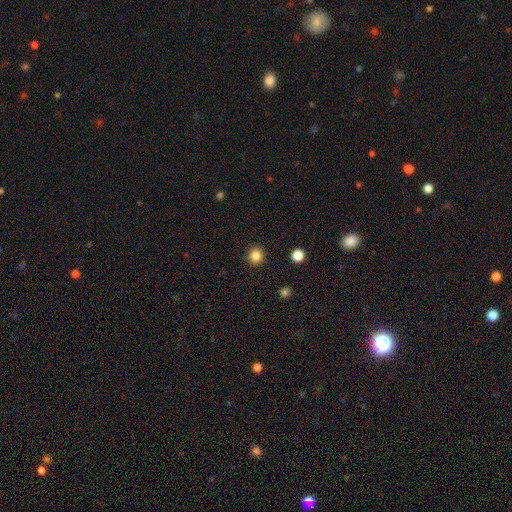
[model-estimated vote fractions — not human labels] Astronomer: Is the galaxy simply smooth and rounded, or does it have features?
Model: smooth — 85%.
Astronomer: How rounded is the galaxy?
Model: round — 84%.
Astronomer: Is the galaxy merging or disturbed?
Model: none — 91%.